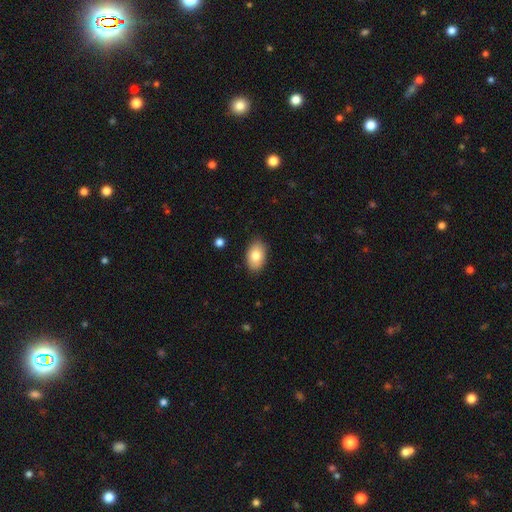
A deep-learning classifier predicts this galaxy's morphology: The model was most divided on "smooth or featured": smooth: 81%, featured or disk: 12%, star or artifact: 7%. More confident: how rounded — in between (90%); merging — none (86%).